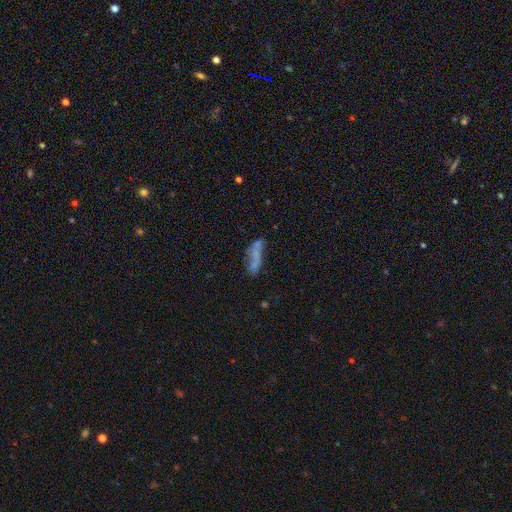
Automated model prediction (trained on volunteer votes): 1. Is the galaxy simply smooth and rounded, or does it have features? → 49% smooth, 37% featured or disk, 14% star or artifact.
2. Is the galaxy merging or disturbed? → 43% none, 21% minor disturbance, 18% merger, 17% major disturbance.